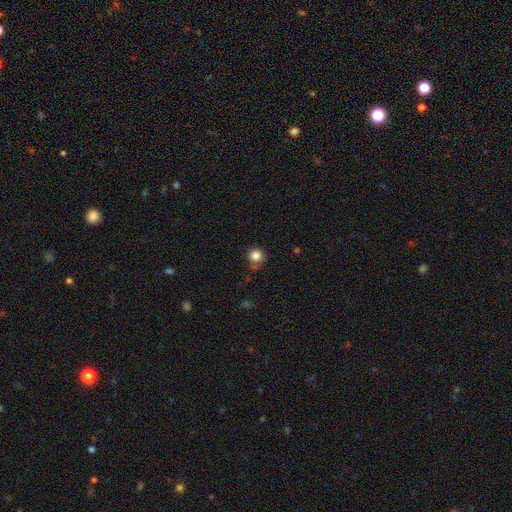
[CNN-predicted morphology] A smooth galaxy with no disk features (84%) that is round (93%). Merging: none (74%).